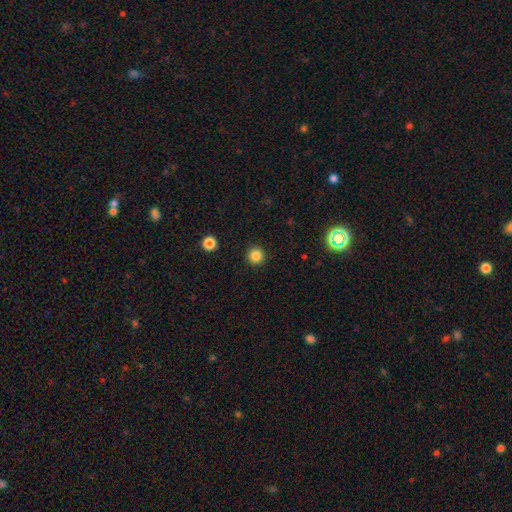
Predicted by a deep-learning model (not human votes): A smooth galaxy with no disk features (84%) that is round (95%).

Vote fractions:
- Smooth or featured? smooth: 84% / star or artifact: 12% / featured or disk: 4%
- How rounded? round: 95% / in between: 4% / cigar-shaped: 1%
- Merging? none: 93% / minor disturbance: 5% / major disturbance: 2% / merger: 1%